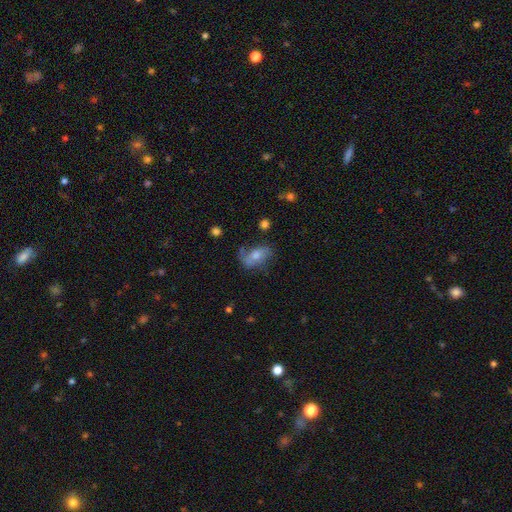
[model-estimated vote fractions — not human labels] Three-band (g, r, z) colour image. It shows a smooth galaxy with no disk features (53%) that is in between round and cigar-shaped (86%). Merging: none (48%).